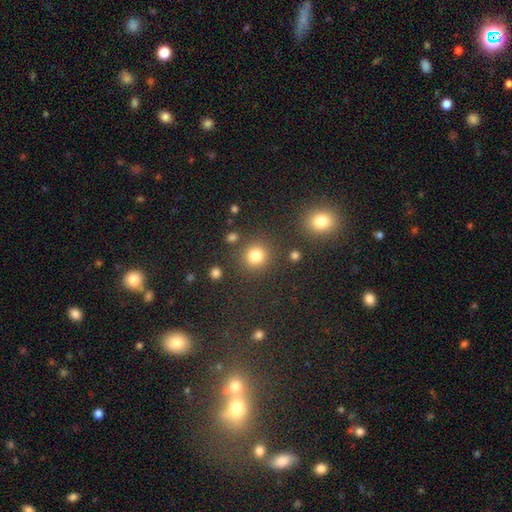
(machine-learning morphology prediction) smooth 81%, star or artifact 14%, featured or disk 5%. Down the decision tree: how rounded — round (90%); merging — none (83%).